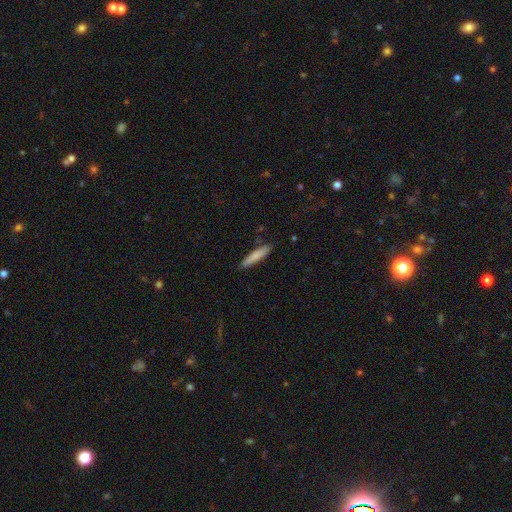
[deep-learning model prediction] smooth_or_featured: smooth (p=0.80) [alt: featured or disk p=0.15]
how_rounded: cigar-shaped (p=0.89) [alt: in between p=0.10]
merging: none (p=0.86) [alt: minor disturbance p=0.11]